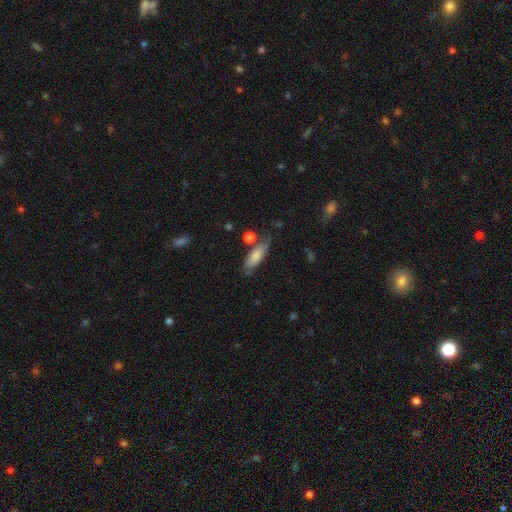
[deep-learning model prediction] Smooth or featured? Predicted: smooth (p=0.77). How rounded? Predicted: in between (p=0.64). Merging? Predicted: none (p=0.64).